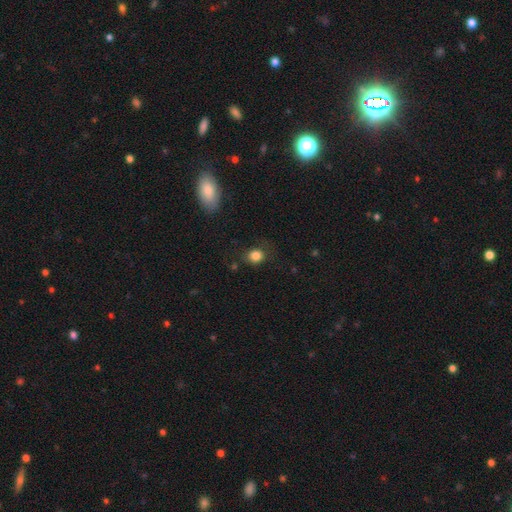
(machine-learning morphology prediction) Smooth or featured? Predicted: smooth (p=0.82). How rounded? Predicted: round (p=0.73). Merging? Predicted: none (p=0.74).